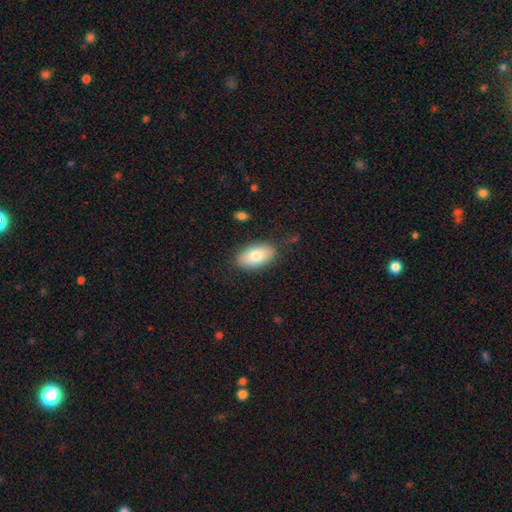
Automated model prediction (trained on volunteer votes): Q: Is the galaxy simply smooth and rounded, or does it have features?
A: smooth — 78%.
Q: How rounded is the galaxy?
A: in between — 93%.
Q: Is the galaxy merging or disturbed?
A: none — 84%.